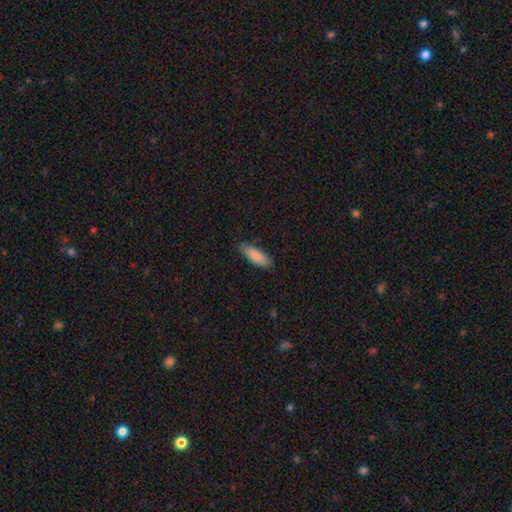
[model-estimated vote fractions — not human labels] Overall: smooth (87%). How rounded: in between (59%; cigar-shaped 39%). Merging: none (82%).